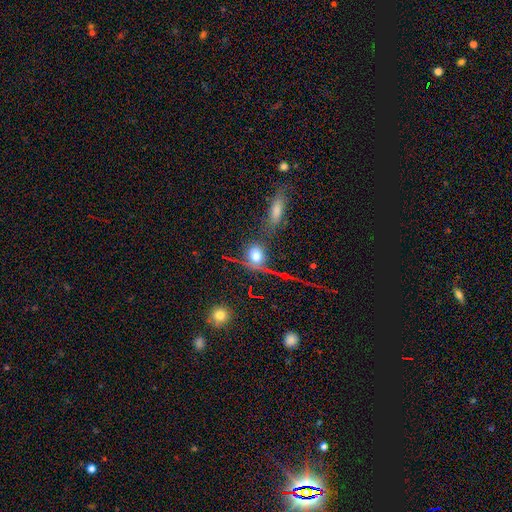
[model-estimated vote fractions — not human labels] This appears to be a smooth galaxy with no disk features (62%) that is round (60%). Merging: none (52%).